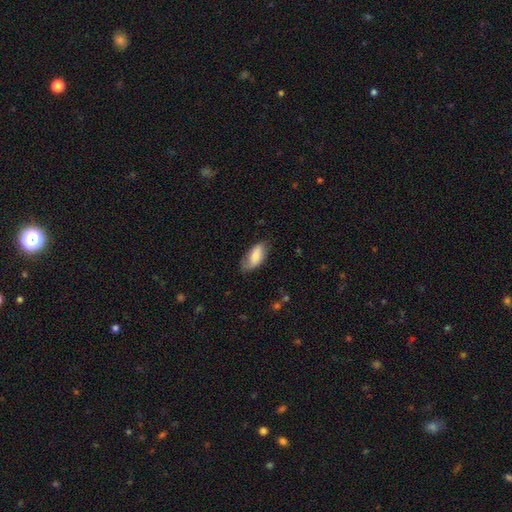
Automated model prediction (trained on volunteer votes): Overall: smooth (72%). How rounded: in between (90%). Merging: none (61%; minor disturbance 28%).